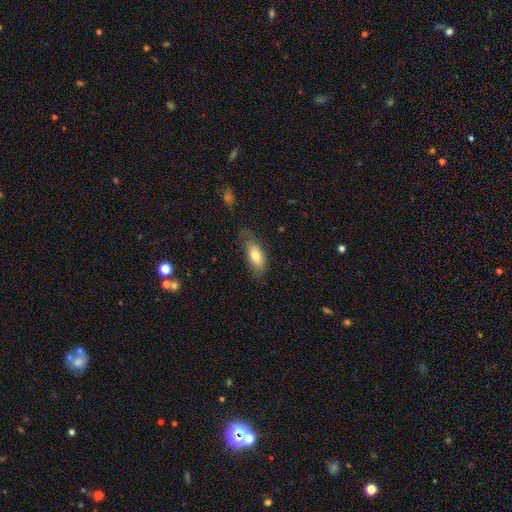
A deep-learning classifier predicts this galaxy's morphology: smooth-or-featured: smooth: 78% | featured or disk: 15% | star or artifact: 7%
  how-rounded: in between: 84% | cigar-shaped: 13% | round: 3%
  merging: none: 58% | minor disturbance: 30% | major disturbance: 10% | merger: 2%